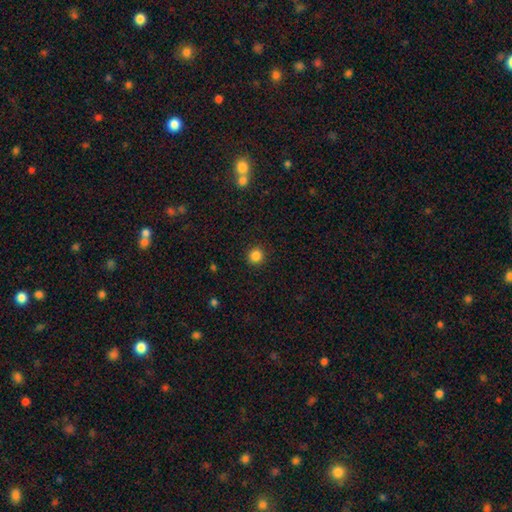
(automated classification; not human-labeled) Q: Smooth or featured?
A: smooth (85%); runner-up: star or artifact (11%)
Q: How rounded?
A: round (93%); runner-up: in between (6%)
Q: Merging?
A: none (91%); runner-up: minor disturbance (6%)